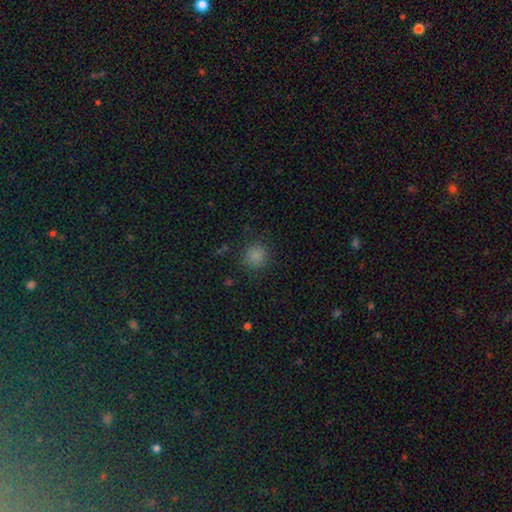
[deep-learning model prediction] Morphology: type=smooth (83%); roundness=round (90%); merging=none (85%).